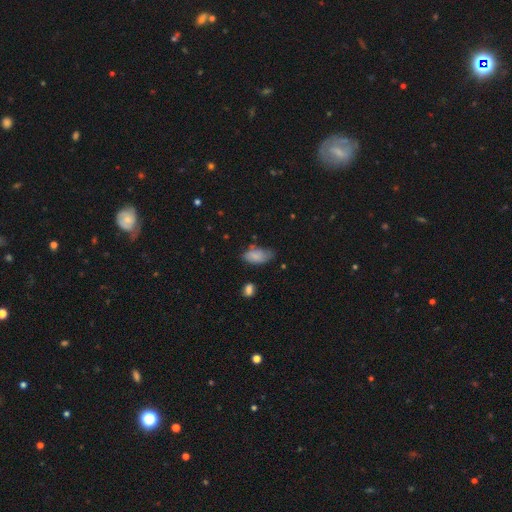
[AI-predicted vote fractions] smooth 79%, featured or disk 13%, star or artifact 8%. Down the decision tree: how rounded — in between (93%); merging — none (48%).